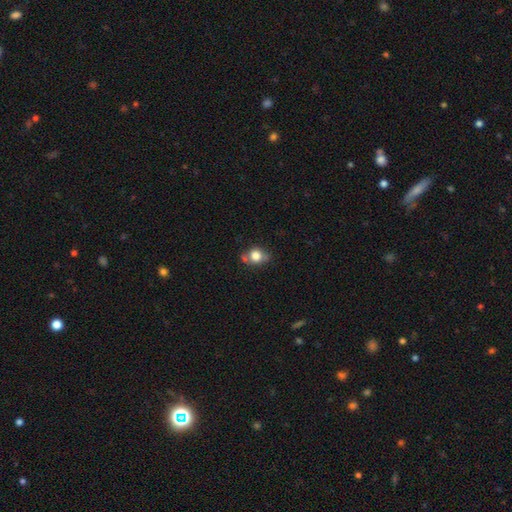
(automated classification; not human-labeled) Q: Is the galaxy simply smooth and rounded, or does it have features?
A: smooth — 75%.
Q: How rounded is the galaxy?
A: round — 63%.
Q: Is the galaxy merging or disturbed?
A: none — 58%.